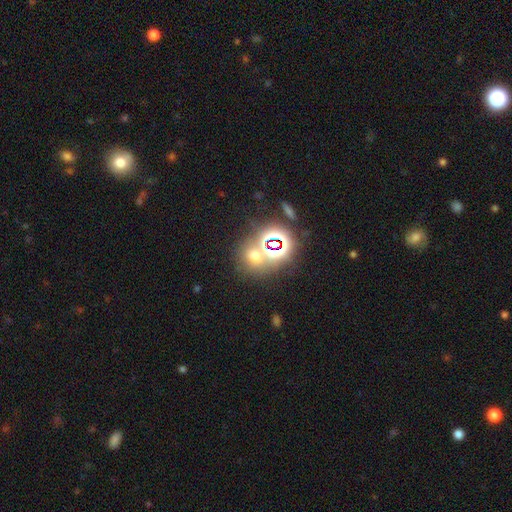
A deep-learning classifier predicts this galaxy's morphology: smooth-or-featured: smooth: 51% | star or artifact: 40% | featured or disk: 9%
  how-rounded: round: 79% | in between: 20% | cigar-shaped: 1%
  merging: none: 61% | merger: 25% | minor disturbance: 9% | major disturbance: 5%